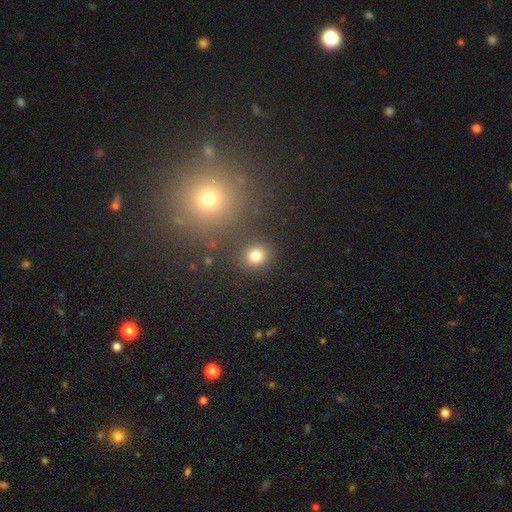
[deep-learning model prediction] Morphology: type=smooth (79%); roundness=round (77%); merging=none (85%).